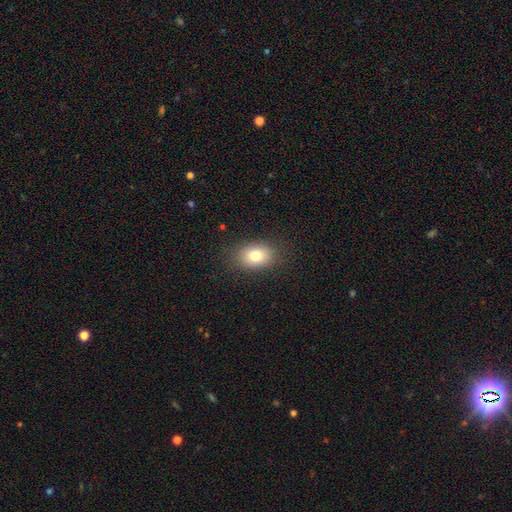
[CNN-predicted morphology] This appears to be a smooth galaxy with no disk features (79%) that is in between round and cigar-shaped (76%). Merging: none (86%).